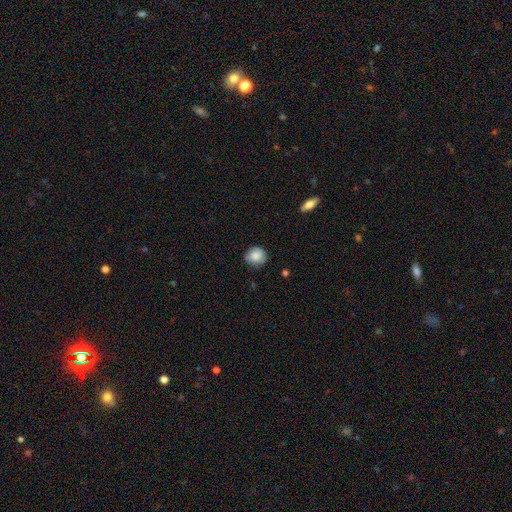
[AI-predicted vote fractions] Smooth or featured: smooth — 74% (featured or disk — 18%)
How rounded: round — 83% (in between — 16%)
Merging: none — 75% (minor disturbance — 20%)